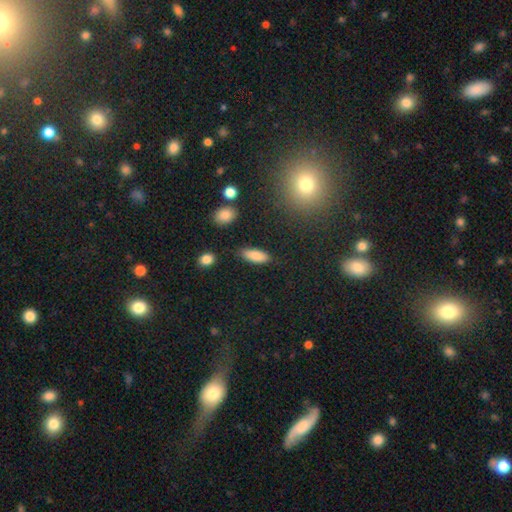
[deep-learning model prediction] Smooth or featured?
  - smooth: 85% *
  - star or artifact: 8%
  - featured or disk: 7%
How rounded?
  - in between: 76% *
  - cigar-shaped: 22%
  - round: 2%
Merging?
  - none: 80% *
  - minor disturbance: 14%
  - major disturbance: 3%
  - merger: 3%